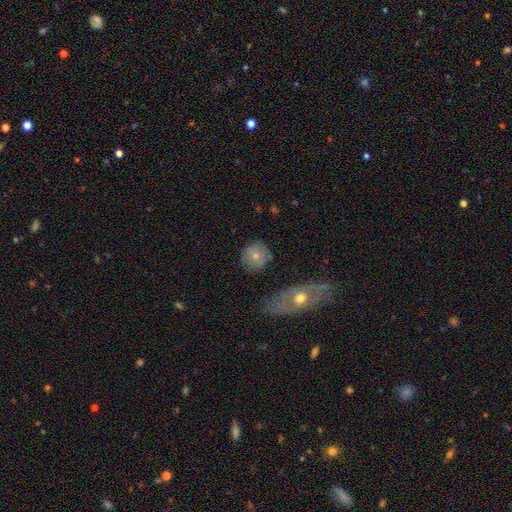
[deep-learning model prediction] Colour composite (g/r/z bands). It shows a smooth galaxy with no disk features (67%) that is round (88%). Merging: none (77%).